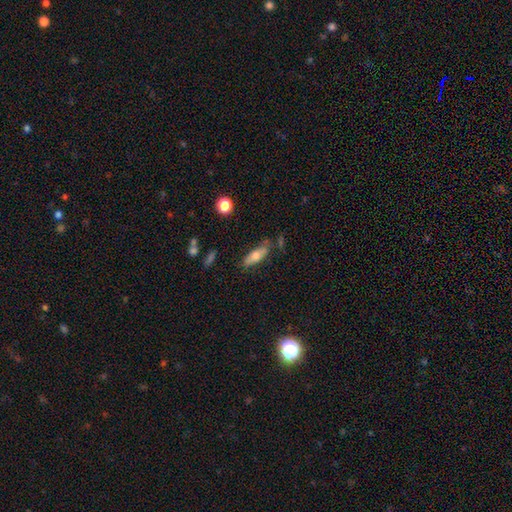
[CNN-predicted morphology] smooth-or-featured: smooth: 62% | featured or disk: 30% | star or artifact: 7%
  how-rounded: in between: 55% | cigar-shaped: 42% | round: 3%
  merging: none: 65% | minor disturbance: 23% | major disturbance: 6% | merger: 6%